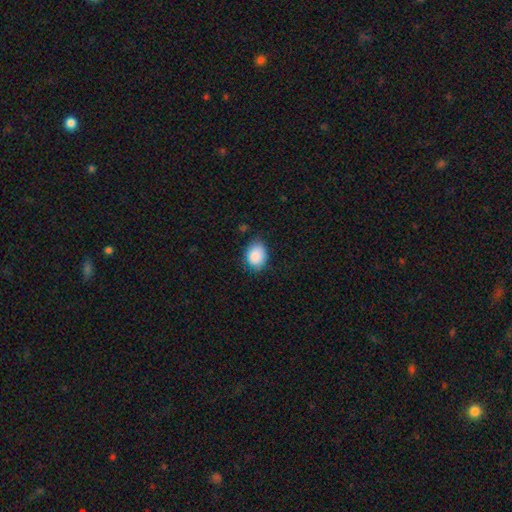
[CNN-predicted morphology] A smooth galaxy with no disk features (88%) that is in between round and cigar-shaped (59%). Merging: none (75%).